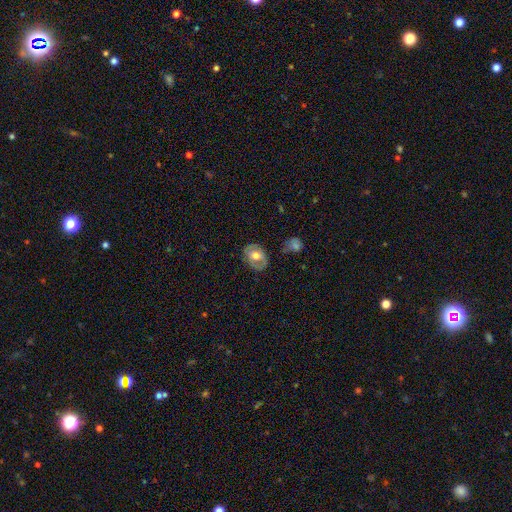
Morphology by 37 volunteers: Q: Smooth or featured?
A: featured or disk (57%); runner-up: smooth (41%)
Q: Edge-on disk?
A: no (86%); runner-up: yes (14%)
Q: Bar?
A: no (78%); runner-up: strong (11%)
Q: Spiral arms?
A: no (56%); runner-up: yes (44%)
Q: Bulge size?
A: moderate (61%); runner-up: large (22%)
Q: Merging?
A: none (75%); runner-up: minor disturbance (14%)